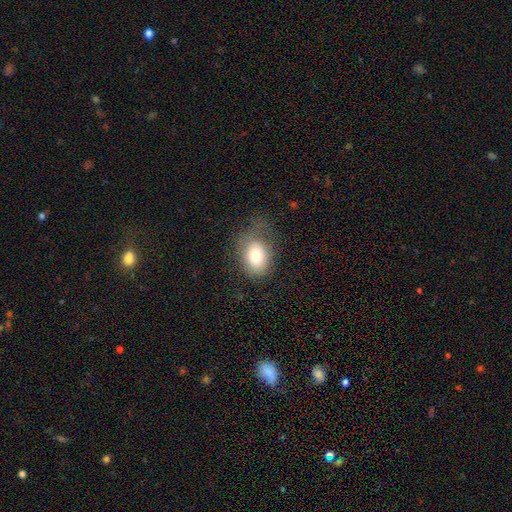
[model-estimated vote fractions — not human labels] Smooth or featured? smooth (79%)
How rounded? in between (69%)
Merging? none (51%)